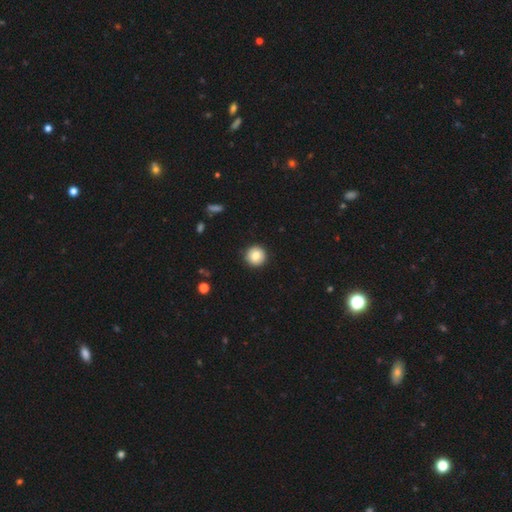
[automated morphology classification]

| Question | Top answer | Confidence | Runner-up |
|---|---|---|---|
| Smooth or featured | smooth | 83% | star or artifact (9%) |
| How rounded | round | 96% | in between (3%) |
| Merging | none | 92% | minor disturbance (5%) |